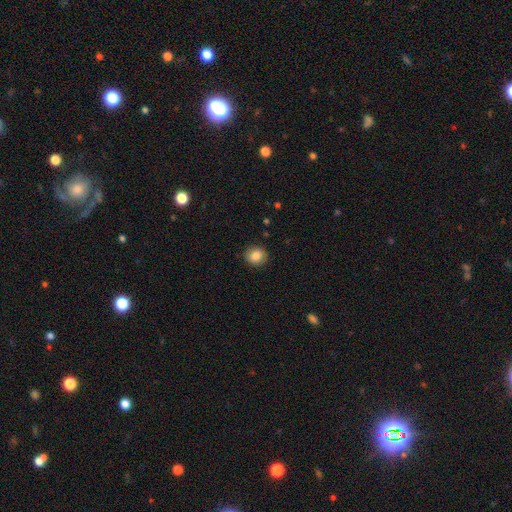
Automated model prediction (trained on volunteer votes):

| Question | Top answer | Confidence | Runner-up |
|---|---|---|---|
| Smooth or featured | smooth | 85% | star or artifact (9%) |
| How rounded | round | 84% | in between (15%) |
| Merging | none | 91% | minor disturbance (7%) |